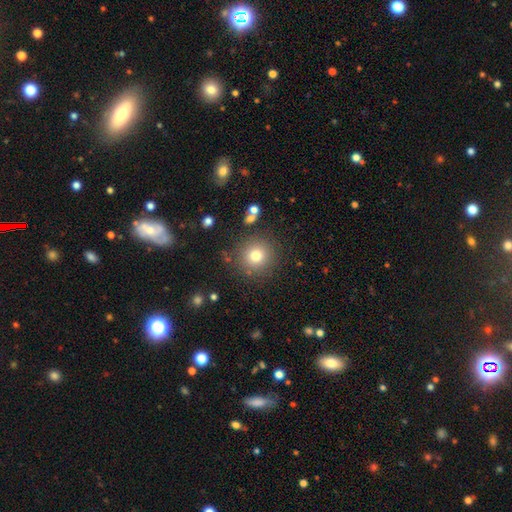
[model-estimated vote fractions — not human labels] smooth 77%, star or artifact 13%, featured or disk 10%. Down the decision tree: how rounded — round (94%); merging — none (85%).